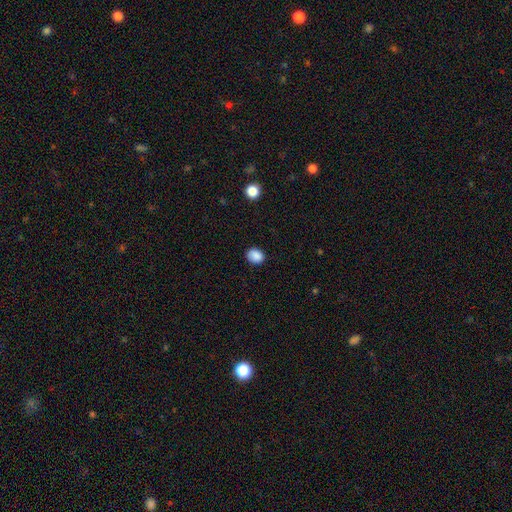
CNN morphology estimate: smooth 88%, star or artifact 9%, featured or disk 3%. Down the decision tree: how rounded — in between (50%); merging — none (84%).